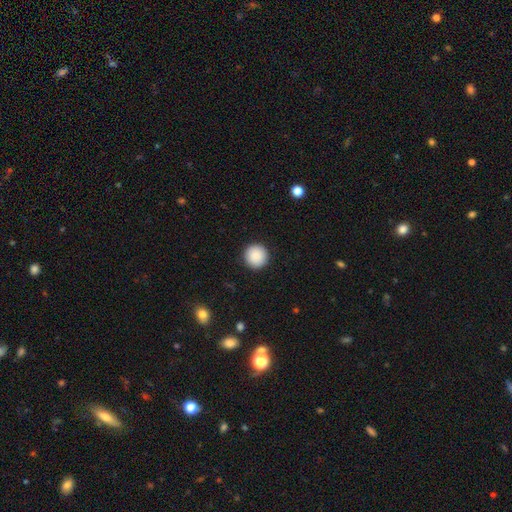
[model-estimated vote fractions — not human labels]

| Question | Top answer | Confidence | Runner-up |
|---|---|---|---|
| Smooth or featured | smooth | 90% | star or artifact (7%) |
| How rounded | round | 96% | in between (3%) |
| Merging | none | 93% | minor disturbance (5%) |